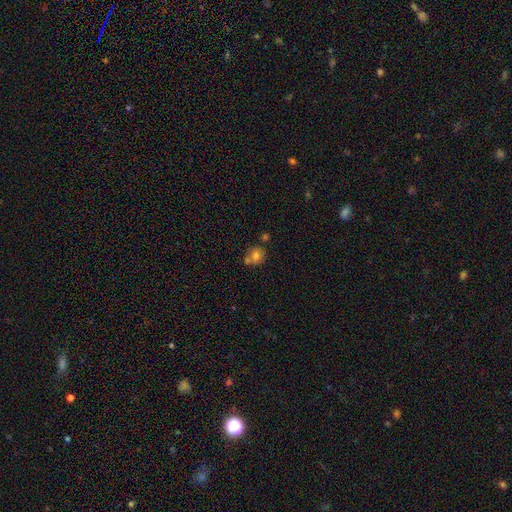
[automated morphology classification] type=smooth (75%); roundness=round (79%); merging=none (53%).